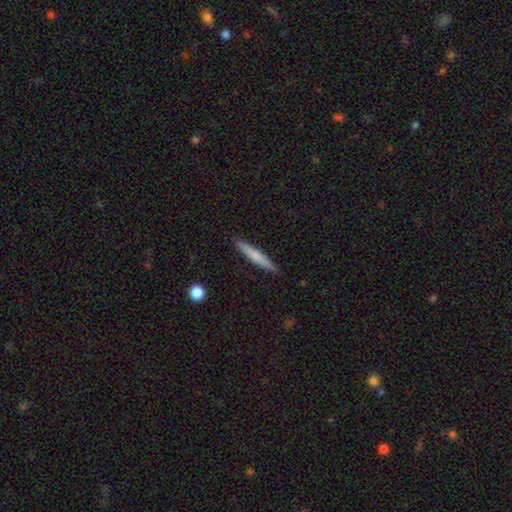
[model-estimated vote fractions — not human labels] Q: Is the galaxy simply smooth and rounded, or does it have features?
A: smooth — 67%.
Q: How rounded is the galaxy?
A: cigar-shaped — 94%.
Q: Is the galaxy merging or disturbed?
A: none — 90%.